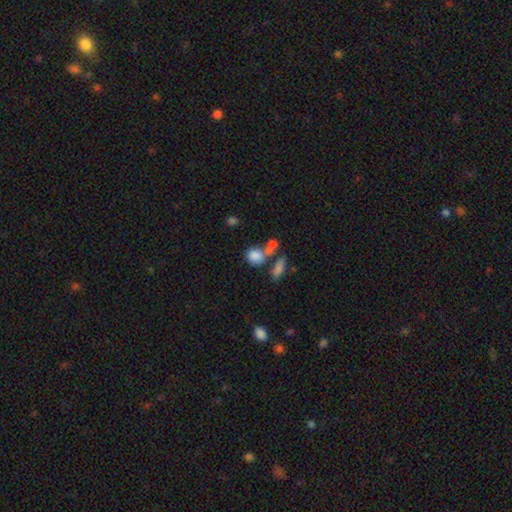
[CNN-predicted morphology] This appears to be a smooth galaxy with no disk features (80%) that is round (57%). Merging: merger (42%).